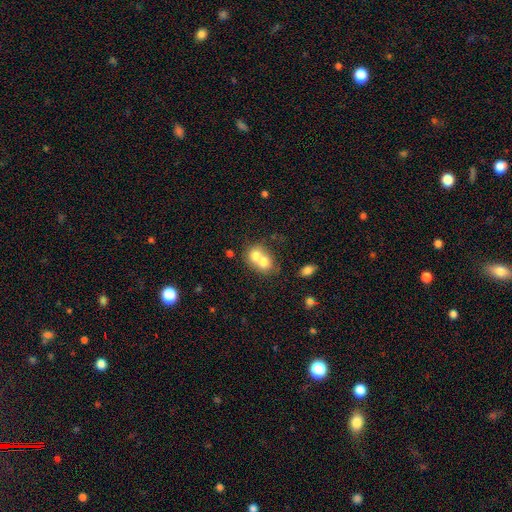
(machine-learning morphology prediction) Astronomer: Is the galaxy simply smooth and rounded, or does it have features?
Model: smooth — 69%.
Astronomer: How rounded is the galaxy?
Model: round — 65%.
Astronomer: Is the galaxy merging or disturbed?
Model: merger — 73%.